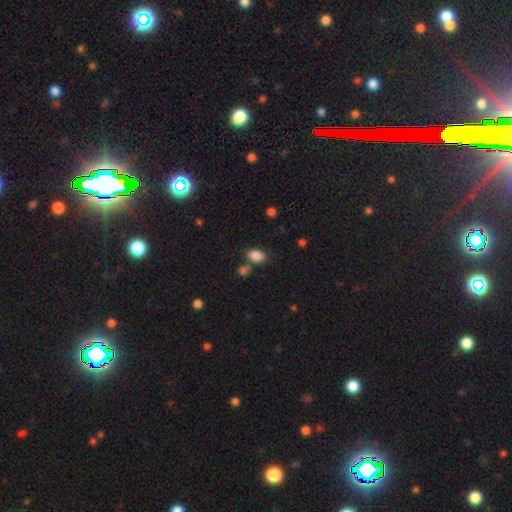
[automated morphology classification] Smooth or featured: smooth — 86% (star or artifact — 9%)
How rounded: in between — 89% (round — 10%)
Merging: none — 67% (merger — 15%)